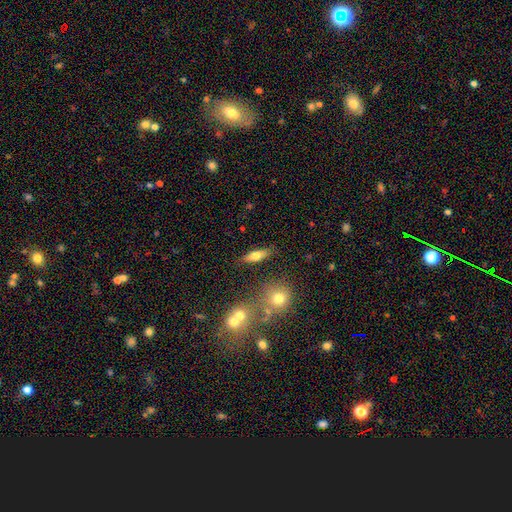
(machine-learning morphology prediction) Smooth or featured?
  - smooth: 66% *
  - featured or disk: 26%
  - star or artifact: 9%
How rounded?
  - in between: 62% *
  - cigar-shaped: 33%
  - round: 5%
Merging?
  - none: 80% *
  - minor disturbance: 11%
  - merger: 5%
  - major disturbance: 4%